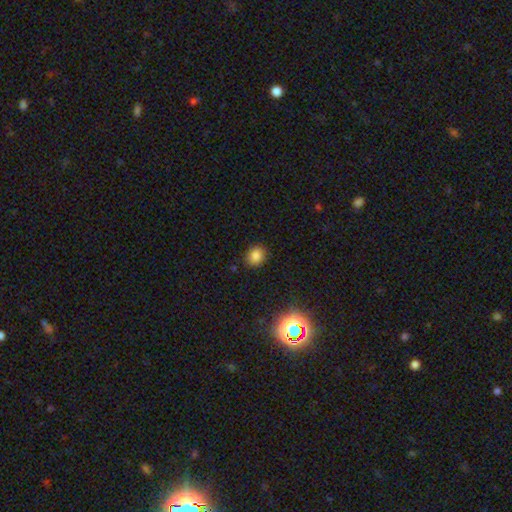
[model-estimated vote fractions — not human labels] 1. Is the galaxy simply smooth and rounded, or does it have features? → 81% smooth, 14% star or artifact, 5% featured or disk.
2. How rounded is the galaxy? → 66% round, 33% in between, 1% cigar-shaped.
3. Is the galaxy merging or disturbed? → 85% none, 11% minor disturbance, 3% major disturbance, 1% merger.